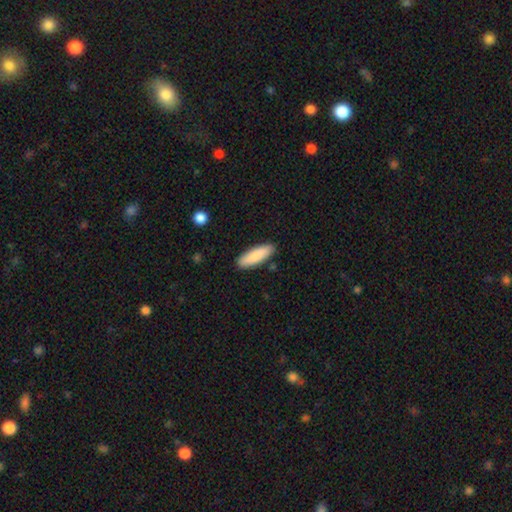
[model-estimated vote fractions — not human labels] Smooth or featured?
  - smooth: 86% *
  - featured or disk: 8%
  - star or artifact: 5%
How rounded?
  - in between: 50% *
  - cigar-shaped: 48%
  - round: 2%
Merging?
  - none: 88% *
  - minor disturbance: 9%
  - major disturbance: 2%
  - merger: 2%